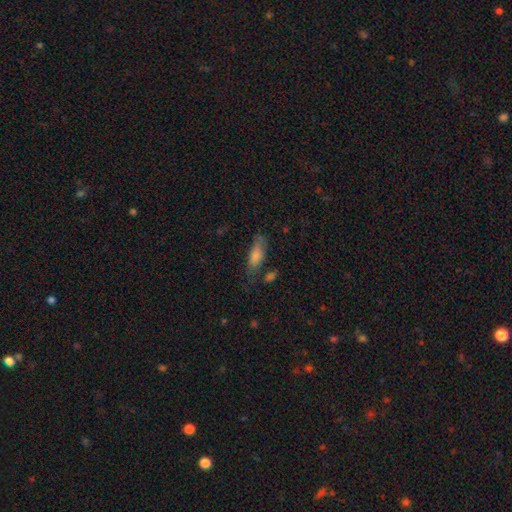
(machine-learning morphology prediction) Overall: smooth (71%). How rounded: in between (59%; cigar-shaped 38%). Merging: none (62%; minor disturbance 23%).